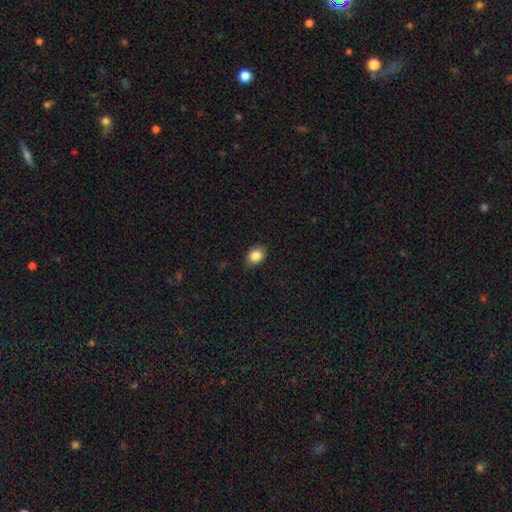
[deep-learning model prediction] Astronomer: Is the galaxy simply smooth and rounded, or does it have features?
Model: smooth — 86%.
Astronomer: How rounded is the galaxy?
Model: in between — 66%.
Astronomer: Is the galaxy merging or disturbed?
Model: none — 82%.